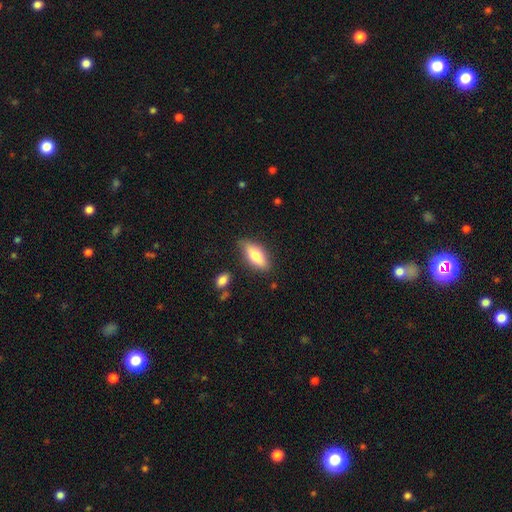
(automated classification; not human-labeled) This appears to be a smooth galaxy with no disk features (72%) that is in between round and cigar-shaped (73%). Merging: none (80%).